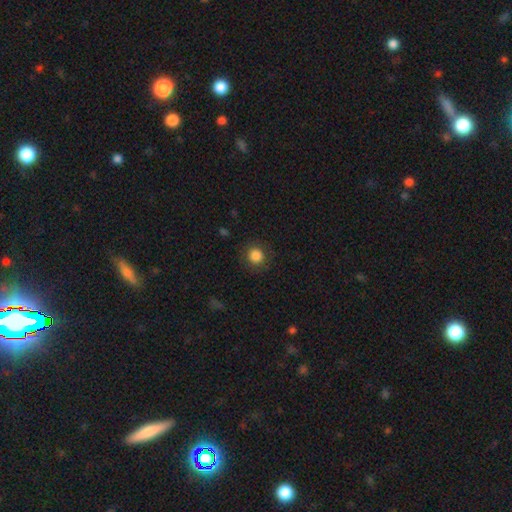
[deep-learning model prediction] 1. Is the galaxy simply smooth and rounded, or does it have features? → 85% smooth, 11% star or artifact, 5% featured or disk.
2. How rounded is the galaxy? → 91% round, 8% in between, 1% cigar-shaped.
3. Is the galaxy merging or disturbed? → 86% none, 9% minor disturbance, 4% major disturbance, 1% merger.